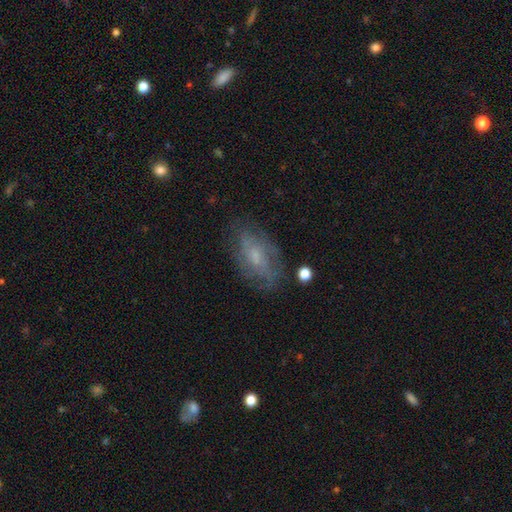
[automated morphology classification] A featured or disk galaxy (54%).

Vote fractions:
- Smooth or featured? featured or disk: 54% / smooth: 36% / star or artifact: 10%
- Edge-on disk? no: 92% / yes: 8%
- Merging? none: 65% / minor disturbance: 21% / major disturbance: 11% / merger: 2%